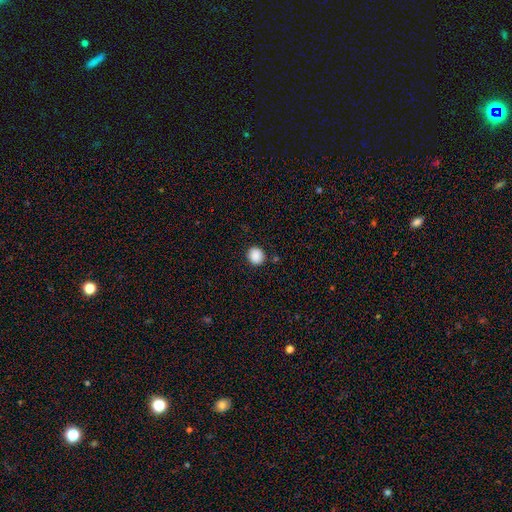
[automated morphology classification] smooth 89%, star or artifact 9%, featured or disk 3%. Down the decision tree: how rounded — round (80%); merging — none (86%).